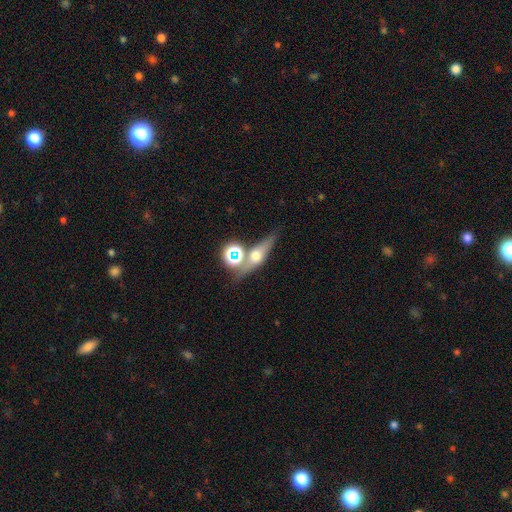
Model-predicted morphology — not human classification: type=featured or disk (48%); merging=none (64%).